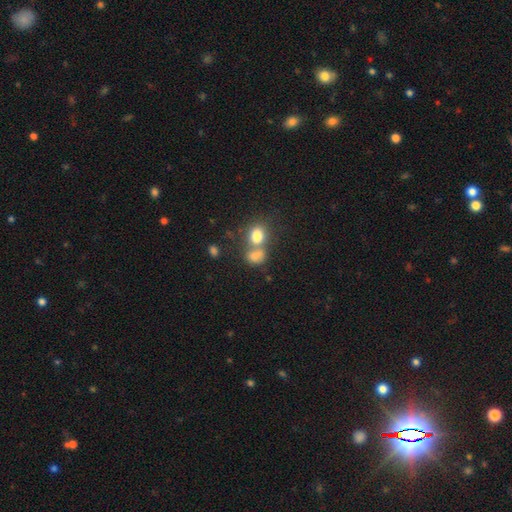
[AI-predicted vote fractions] Q: Smooth or featured?
A: smooth (78%); runner-up: star or artifact (12%)
Q: How rounded?
A: in between (58%); runner-up: round (40%)
Q: Merging?
A: merger (51%); runner-up: none (33%)